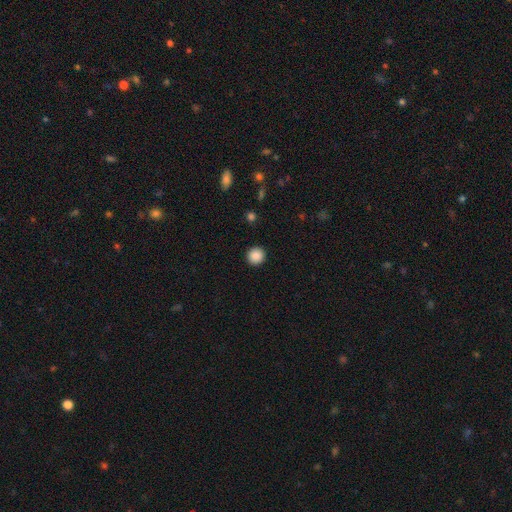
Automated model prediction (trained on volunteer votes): smooth 88%, star or artifact 9%, featured or disk 3%. Down the decision tree: how rounded — round (95%); merging — none (92%).